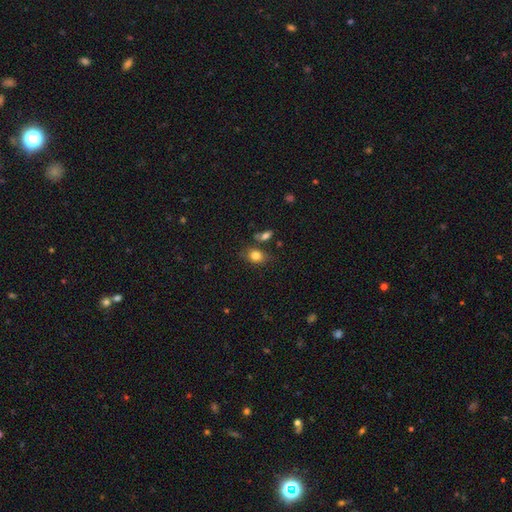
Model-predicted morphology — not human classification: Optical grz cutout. It shows a smooth galaxy with no disk features (82%) that is in between round and cigar-shaped (62%). Merging: none (70%).